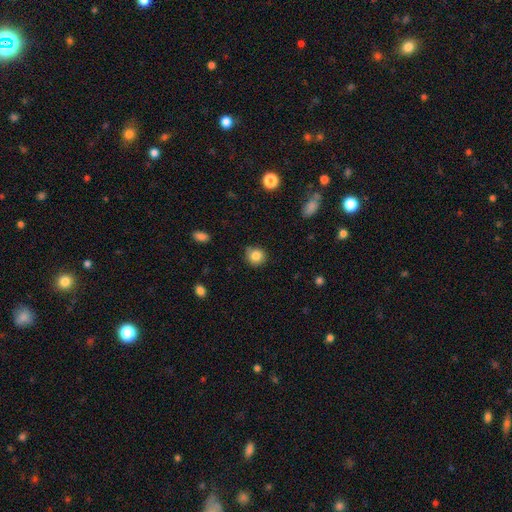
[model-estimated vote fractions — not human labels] This appears to be a smooth galaxy with no disk features (84%) that is round (87%). Merging: none (81%).